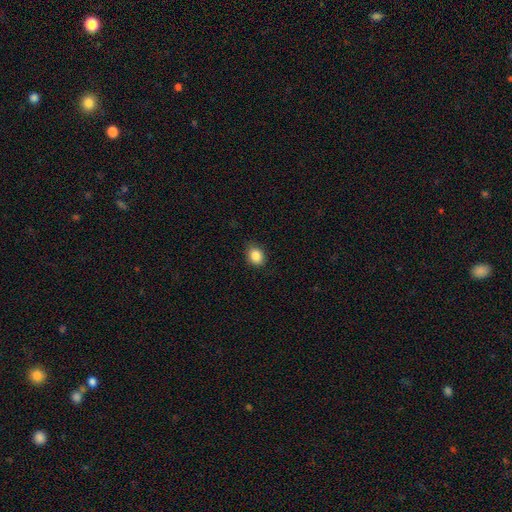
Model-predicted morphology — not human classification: smooth_or_featured: smooth (p=0.86) [alt: star or artifact p=0.09]
how_rounded: in between (p=0.58) [alt: round p=0.41]
merging: none (p=0.83) [alt: minor disturbance p=0.13]